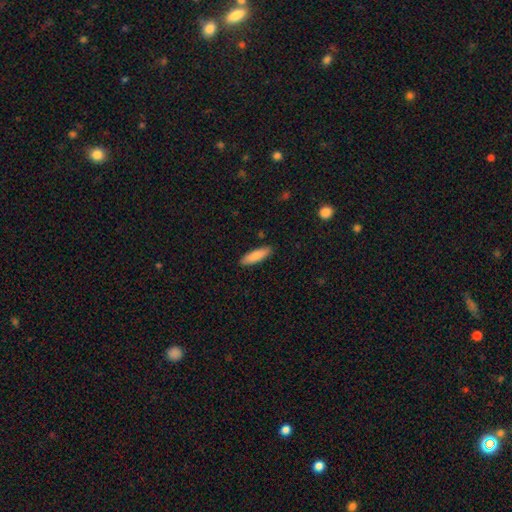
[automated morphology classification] This is clearly a smooth galaxy (85%). How rounded: possibly cigar-shaped (56%). Merging: clearly none (89%).